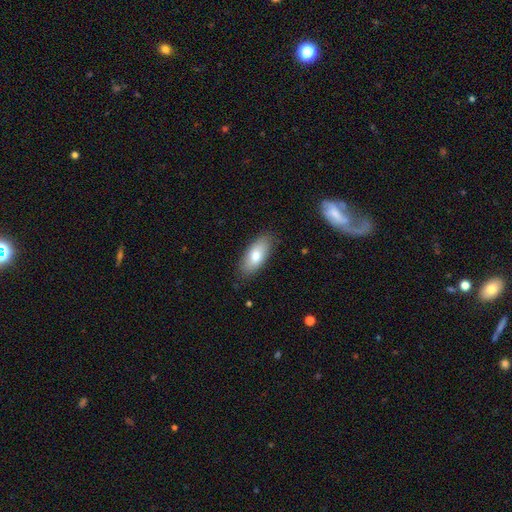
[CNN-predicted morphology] Smooth or featured?
  - smooth: 76% *
  - featured or disk: 18%
  - star or artifact: 6%
How rounded?
  - in between: 85% *
  - cigar-shaped: 13%
  - round: 3%
Merging?
  - none: 84% *
  - minor disturbance: 12%
  - major disturbance: 3%
  - merger: 1%